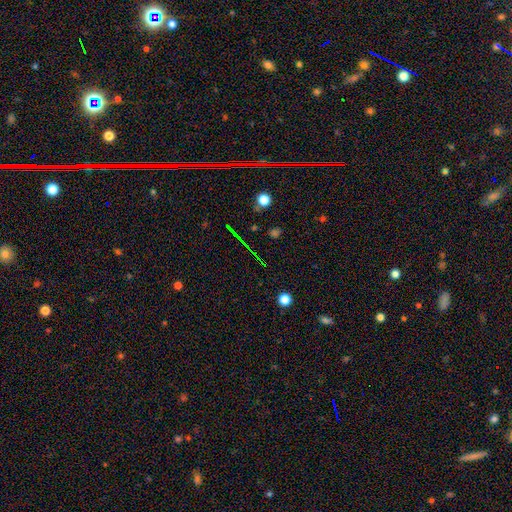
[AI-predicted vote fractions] smooth-or-featured: star or artifact: 66% | smooth: 19% | featured or disk: 15%